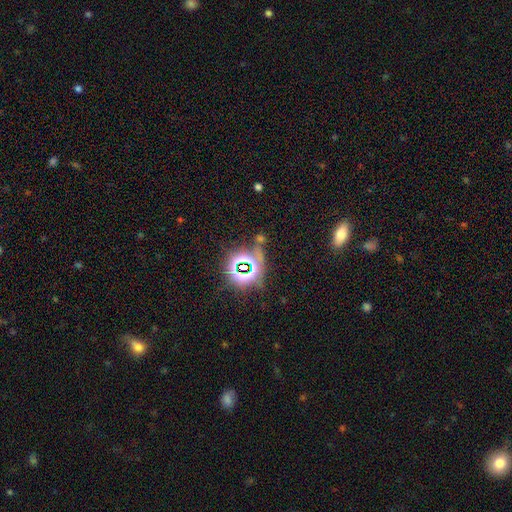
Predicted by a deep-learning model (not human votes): This is likely a star or artifact rather than a galaxy (79%).